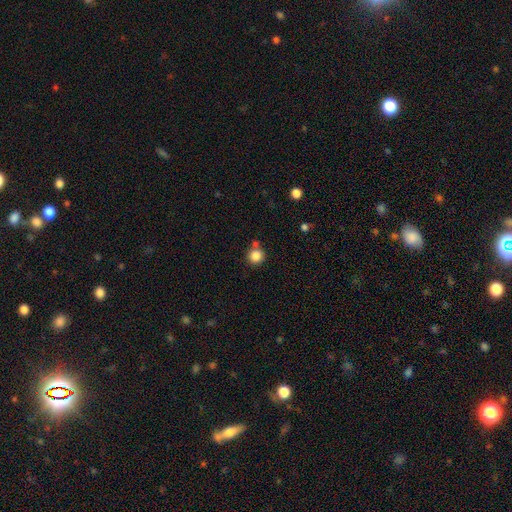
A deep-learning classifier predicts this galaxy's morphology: smooth_or_featured: smooth (p=0.85) [alt: star or artifact p=0.11]
how_rounded: round (p=0.94) [alt: in between p=0.05]
merging: none (p=0.73) [alt: merger p=0.14]